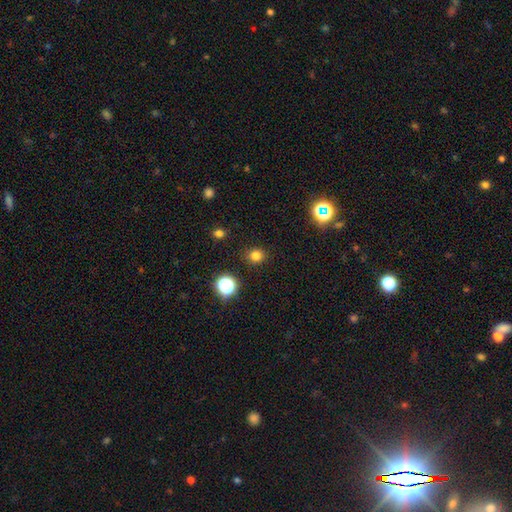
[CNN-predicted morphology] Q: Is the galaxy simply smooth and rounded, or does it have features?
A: smooth — 79%.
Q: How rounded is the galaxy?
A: round — 82%.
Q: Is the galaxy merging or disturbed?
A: none — 89%.